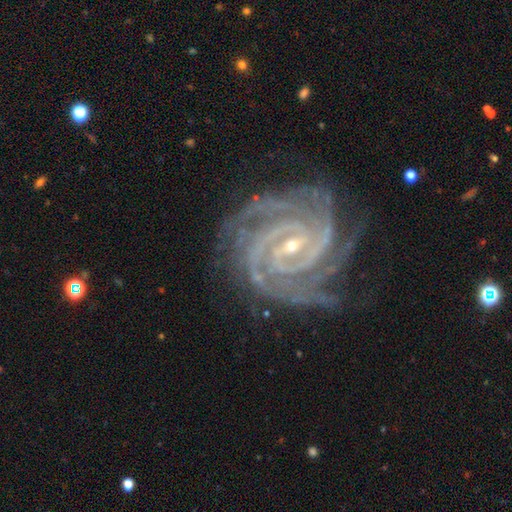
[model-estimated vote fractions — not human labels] Q: Smooth or featured?
A: featured or disk (92%); runner-up: star or artifact (6%)
Q: Edge-on disk?
A: no (98%); runner-up: yes (2%)
Q: Bar?
A: weak (37%); runner-up: strong (35%)
Q: Spiral arms?
A: yes (99%); runner-up: no (1%)
Q: Spiral winding?
A: tight (82%); runner-up: medium (16%)
Q: Spiral arm count?
A: 4 (27%); runner-up: 3 (25%)
Q: Bulge size?
A: small (78%); runner-up: moderate (19%)
Q: Merging?
A: none (79%); runner-up: minor disturbance (15%)